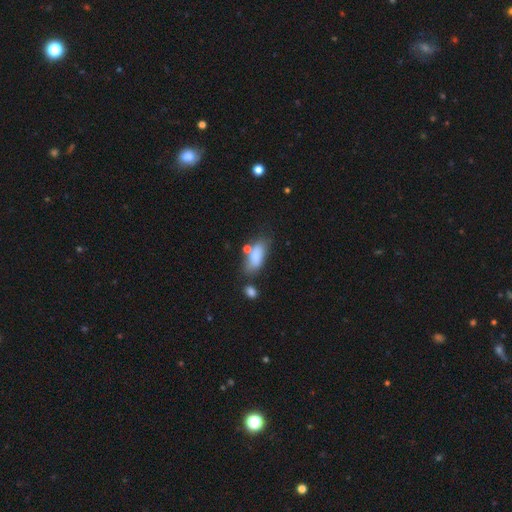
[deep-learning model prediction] smooth_or_featured: smooth (p=0.80) [alt: featured or disk p=0.12]
how_rounded: in between (p=0.82) [alt: cigar-shaped p=0.14]
merging: none (p=0.51) [alt: minor disturbance p=0.24]